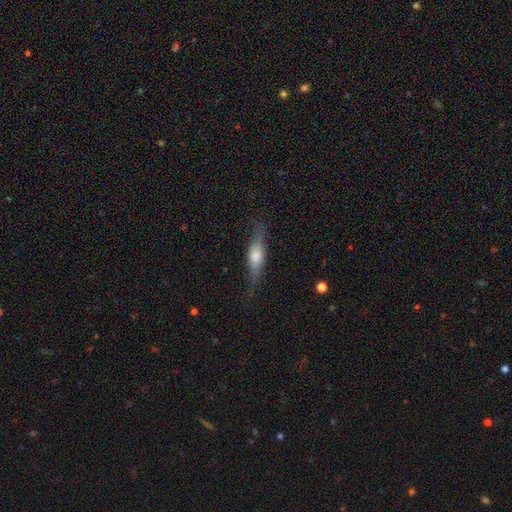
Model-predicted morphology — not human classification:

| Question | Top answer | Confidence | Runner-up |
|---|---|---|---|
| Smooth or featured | featured or disk | 49% | smooth (44%) |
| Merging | none | 68% | minor disturbance (21%) |